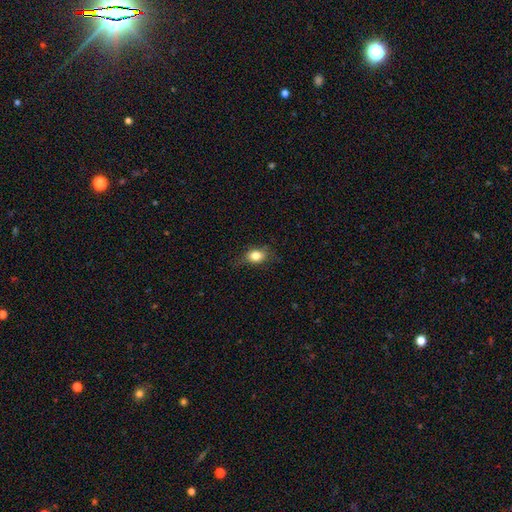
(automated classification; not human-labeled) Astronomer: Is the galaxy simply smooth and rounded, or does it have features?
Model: smooth — 79%.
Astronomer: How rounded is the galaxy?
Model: in between — 65%.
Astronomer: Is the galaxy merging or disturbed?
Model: none — 69%.